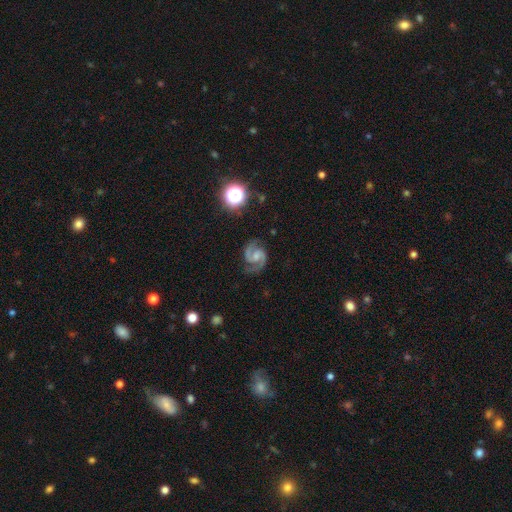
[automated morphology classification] A featured or disk galaxy (90%) with a weak bar (46%), 2 (94%) medium (63%) spiral arms (98%) and a small central bulge (39%).

Vote fractions:
- Smooth or featured? featured or disk: 90% / star or artifact: 6% / smooth: 4%
- Edge-on disk? no: 98% / yes: 2%
- Bar? weak: 46% / no: 41% / strong: 13%
- Spiral arms? yes: 98% / no: 2%
- Spiral winding? medium: 63% / tight: 25% / loose: 12%
- Spiral arm count? 2: 94% / can't tell: 2% / 3: 1% / 1: 1% / 4: 1% / more than 4: 1%
- Bulge size? small: 39% / moderate: 33% / none: 23% / large: 3% / dominant: 1%
- Merging? none: 81% / minor disturbance: 13% / major disturbance: 4% / merger: 1%